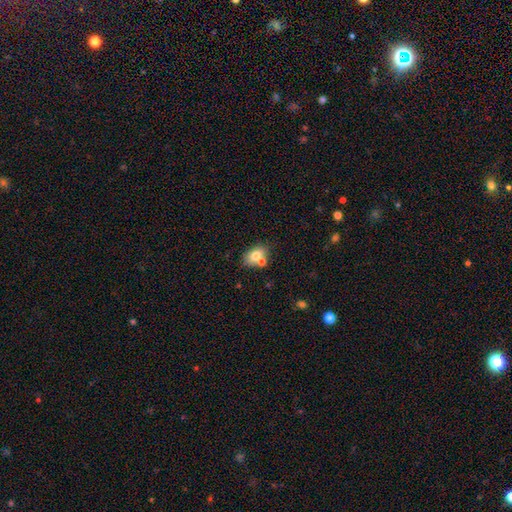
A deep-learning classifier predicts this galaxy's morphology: Overall: smooth (75%). How rounded: in between (83%). Merging: none (56%; merger 27%).